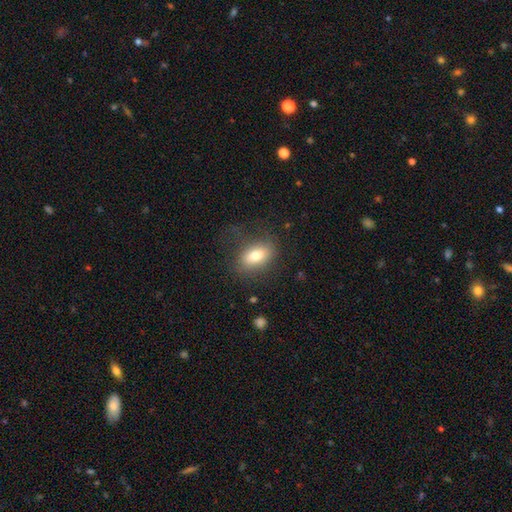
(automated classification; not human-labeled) smooth 76%, featured or disk 16%, star or artifact 9%. Down the decision tree: how rounded — in between (86%); merging — none (71%).